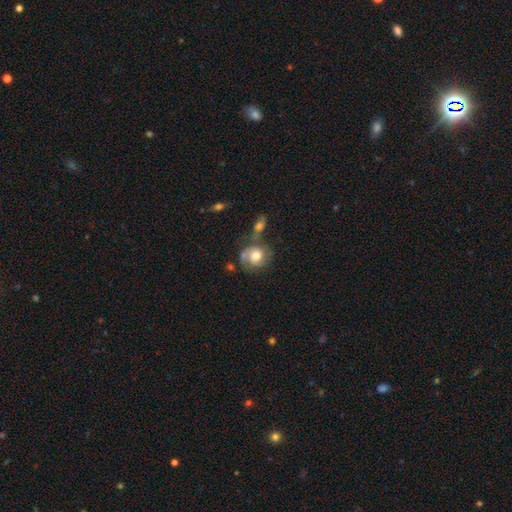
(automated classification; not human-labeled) Overall: featured or disk (55%; smooth 37%). Edge-on disk: no (97%). Bar: no (77%). Spiral arms: yes (83%). Bulge size: moderate (58%; large 30%). Merging: none (48%; merger 21%).